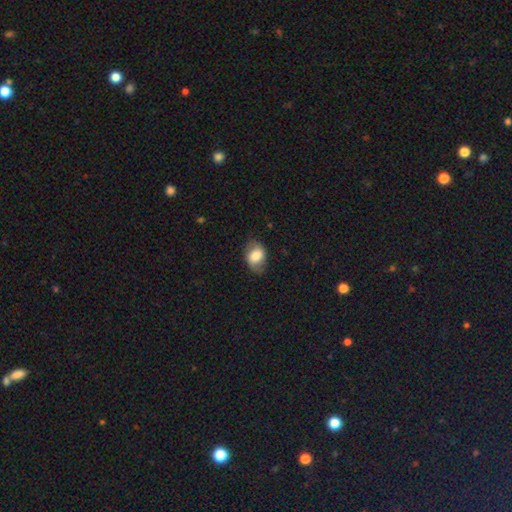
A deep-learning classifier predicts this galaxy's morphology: Smooth or featured?
  - smooth: 70% *
  - featured or disk: 22%
  - star or artifact: 8%
How rounded?
  - in between: 75% *
  - round: 24%
  - cigar-shaped: 1%
Merging?
  - none: 75% *
  - minor disturbance: 18%
  - major disturbance: 5%
  - merger: 1%